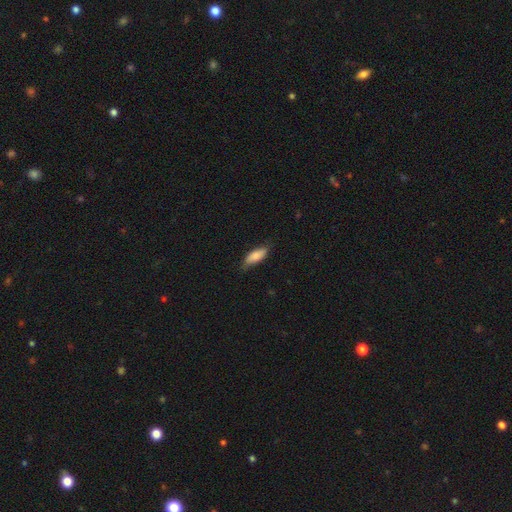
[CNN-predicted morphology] A smooth galaxy with no disk features (80%) that is in between round and cigar-shaped (70%).

Vote fractions:
- Smooth or featured? smooth: 80% / featured or disk: 14% / star or artifact: 6%
- How rounded? in between: 70% / cigar-shaped: 28% / round: 2%
- Merging? none: 71% / minor disturbance: 24% / major disturbance: 4% / merger: 1%